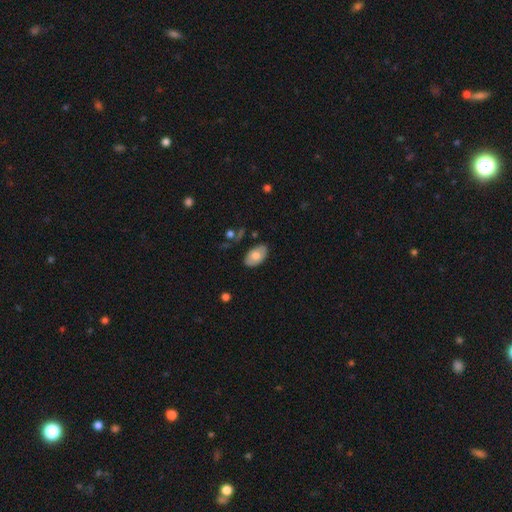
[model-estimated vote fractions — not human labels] Smooth or featured: smooth — 70% (featured or disk — 24%)
How rounded: in between — 93% (round — 6%)
Merging: none — 82% (minor disturbance — 14%)